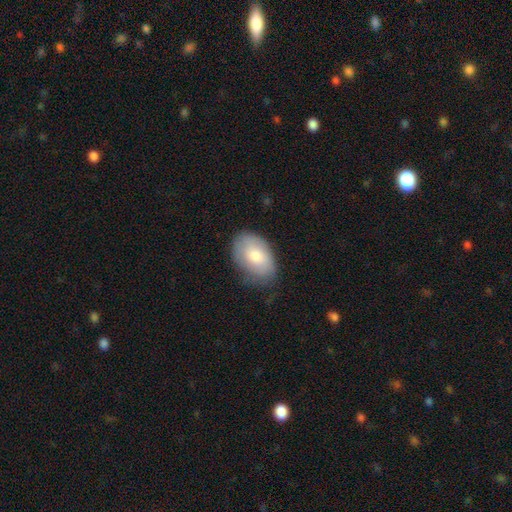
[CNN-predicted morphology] A smooth galaxy with no disk features (77%) that is in between round and cigar-shaped (89%). Merging: none (68%).